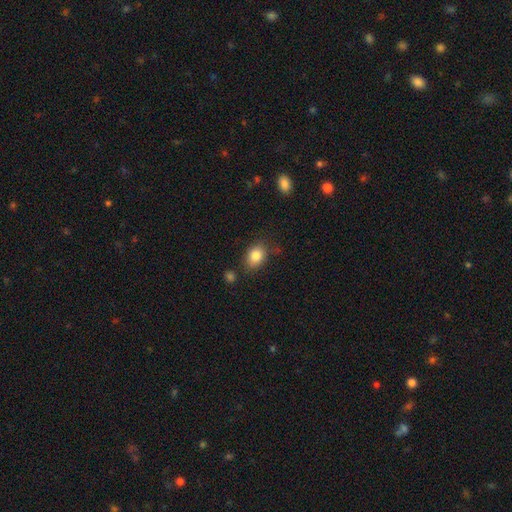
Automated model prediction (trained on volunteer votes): Smooth or featured? smooth (83%)
How rounded? in between (71%)
Merging? none (76%)